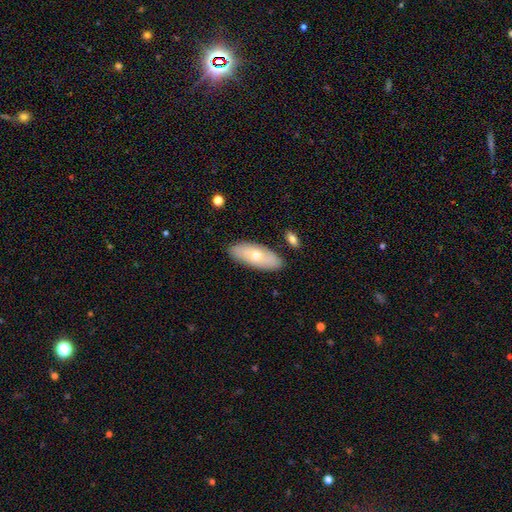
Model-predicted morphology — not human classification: Smooth or featured?
  - smooth: 55% *
  - featured or disk: 39%
  - star or artifact: 6%
How rounded?
  - in between: 79% *
  - cigar-shaped: 19%
  - round: 2%
Merging?
  - none: 85% *
  - minor disturbance: 11%
  - merger: 3%
  - major disturbance: 2%